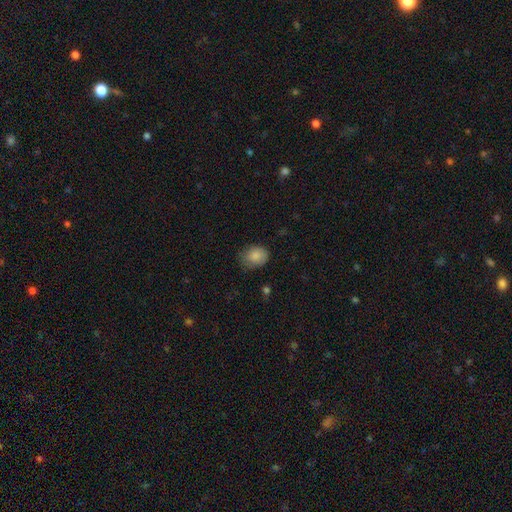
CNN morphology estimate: Smooth or featured?
  - smooth: 86% *
  - star or artifact: 8%
  - featured or disk: 6%
How rounded?
  - in between: 53% *
  - round: 46%
  - cigar-shaped: 1%
Merging?
  - none: 68% *
  - minor disturbance: 25%
  - major disturbance: 5%
  - merger: 1%